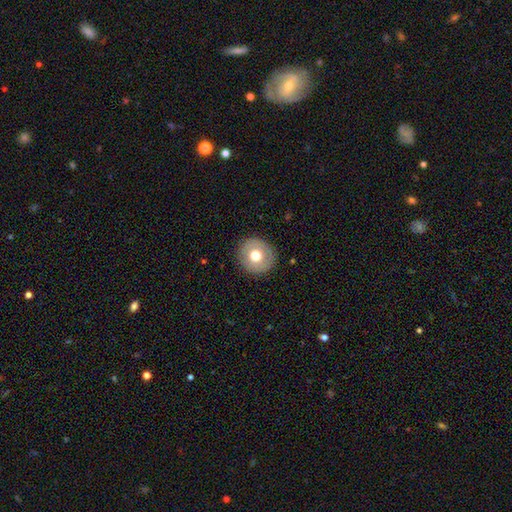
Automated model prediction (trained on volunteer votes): Smooth or featured: smooth — 67% (featured or disk — 25%)
How rounded: round — 94% (in between — 5%)
Merging: none — 90% (minor disturbance — 7%)